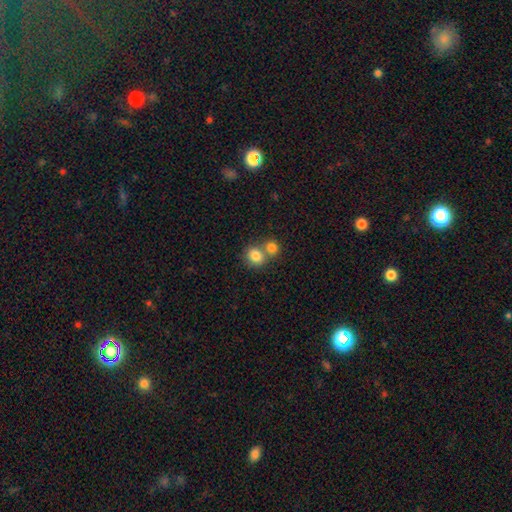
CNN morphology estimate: A smooth galaxy with no disk features (83%) that is round (70%). Merging: merger (47%).